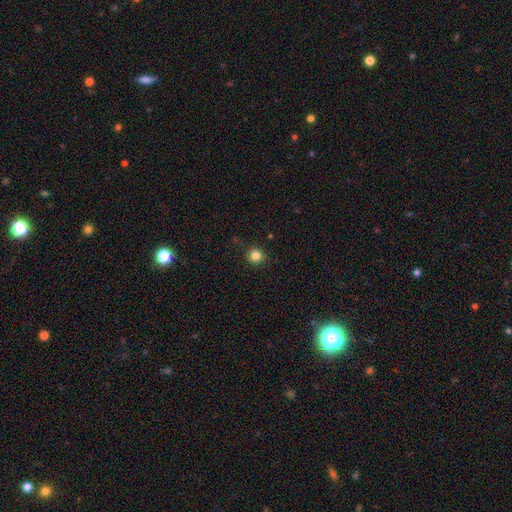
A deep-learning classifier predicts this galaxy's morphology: A smooth galaxy with no disk features (83%) that is round (94%). Merging: none (91%).